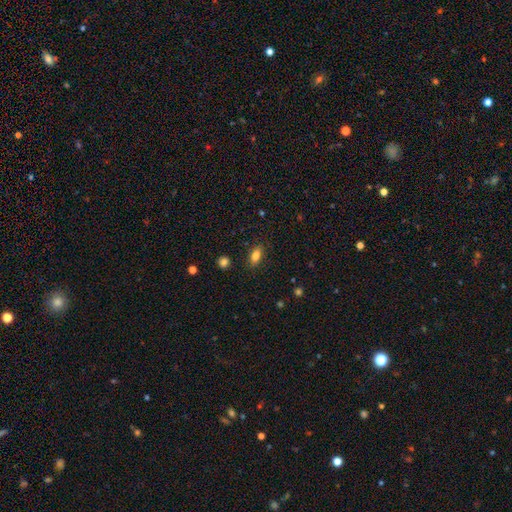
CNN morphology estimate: This appears to be a smooth galaxy with no disk features (83%) that is in between round and cigar-shaped (85%). Merging: none (86%).